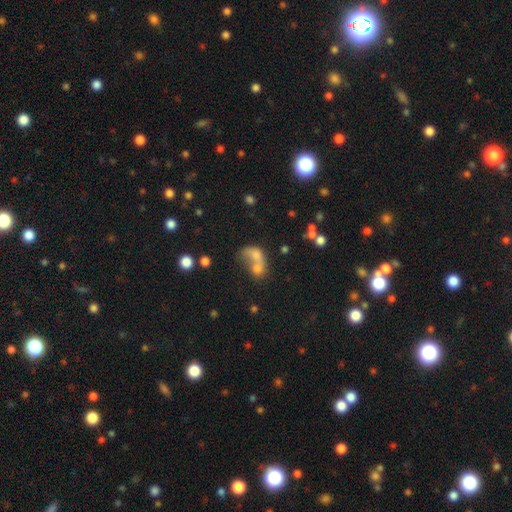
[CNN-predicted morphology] smooth_or_featured: smooth (p=0.61) [alt: featured or disk p=0.24]
how_rounded: in between (p=0.61) [alt: round p=0.36]
merging: merger (p=0.69) [alt: none p=0.15]